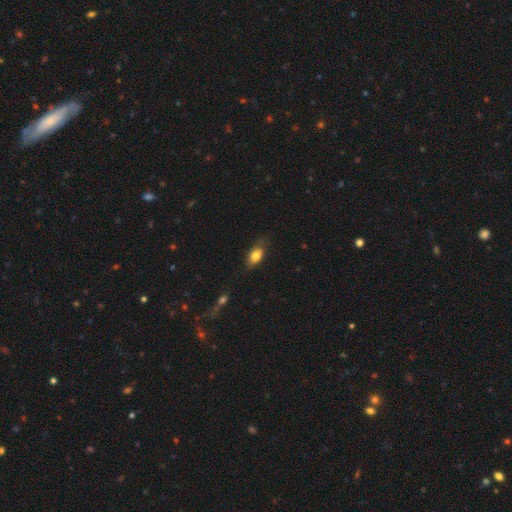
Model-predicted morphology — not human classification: The model was most divided on "merging": none: 69%, minor disturbance: 23%, major disturbance: 6%, merger: 2%. More confident: how rounded — in between (87%); smooth or featured — smooth (80%).